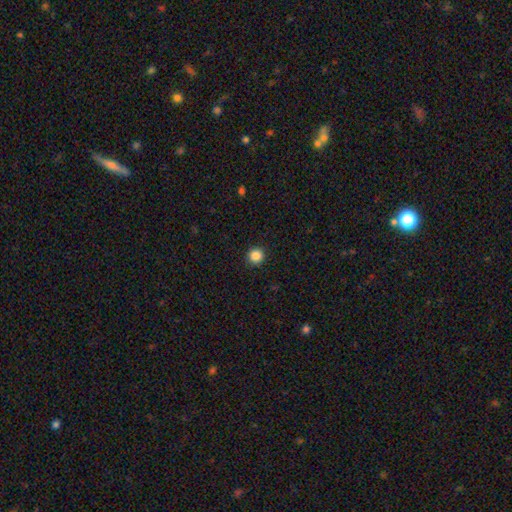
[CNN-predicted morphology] smooth 86%, star or artifact 11%, featured or disk 3%. Down the decision tree: how rounded — round (95%); merging — none (93%).